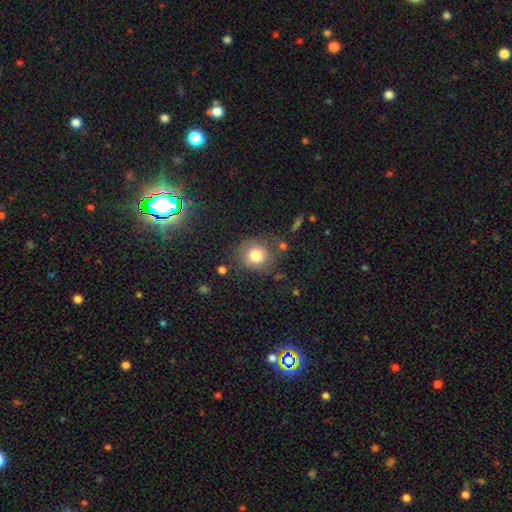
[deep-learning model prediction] Smooth or featured: smooth — 79% (star or artifact — 11%)
How rounded: round — 86% (in between — 13%)
Merging: none — 76% (minor disturbance — 14%)